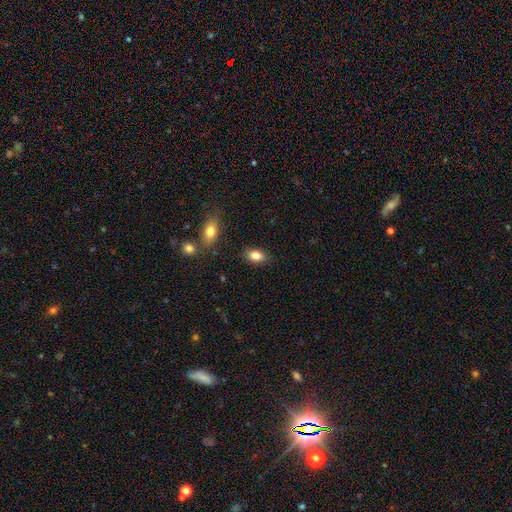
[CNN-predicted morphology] smooth_or_featured: smooth (p=0.84) [alt: star or artifact p=0.08]
how_rounded: in between (p=0.86) [alt: round p=0.11]
merging: none (p=0.84) [alt: minor disturbance p=0.11]